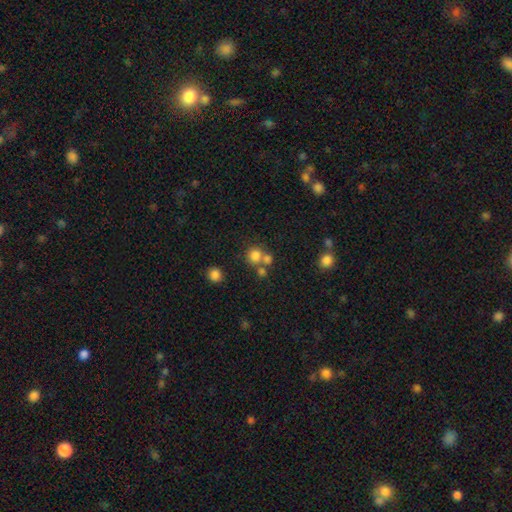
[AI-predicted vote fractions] Smooth or featured? smooth (74%)
How rounded? round (89%)
Merging? none (56%)